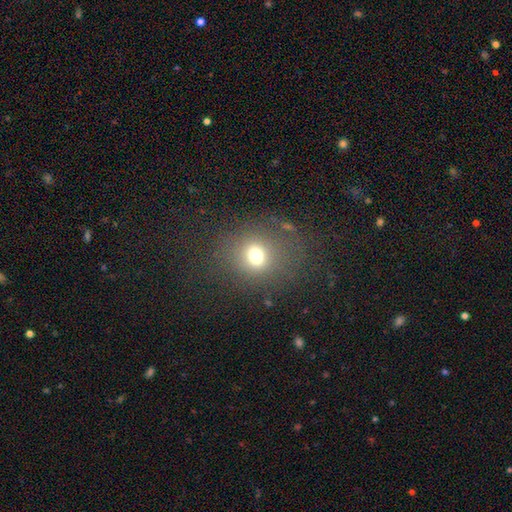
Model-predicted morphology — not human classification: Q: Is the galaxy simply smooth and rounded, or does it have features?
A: smooth — 70%.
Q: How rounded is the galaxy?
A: round — 79%.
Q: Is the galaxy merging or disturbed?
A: none — 77%.